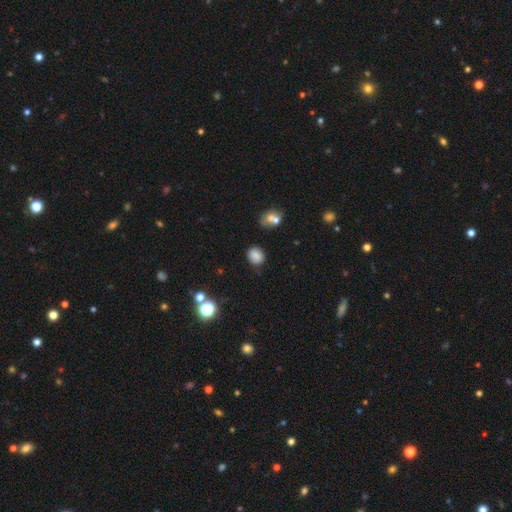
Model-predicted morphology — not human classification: smooth_or_featured: smooth (p=0.80) [alt: star or artifact p=0.12]
how_rounded: round (p=0.57) [alt: in between p=0.42]
merging: none (p=0.78) [alt: minor disturbance p=0.14]